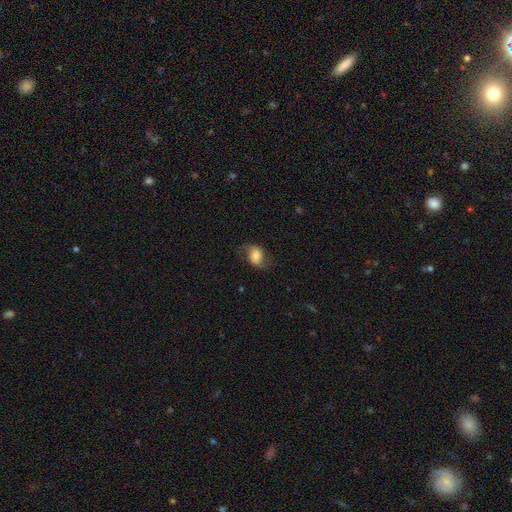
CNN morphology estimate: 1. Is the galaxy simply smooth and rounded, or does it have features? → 62% smooth, 29% featured or disk, 9% star or artifact.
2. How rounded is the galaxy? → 71% in between, 27% round, 2% cigar-shaped.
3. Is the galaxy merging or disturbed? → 64% none, 23% minor disturbance, 11% major disturbance, 1% merger.